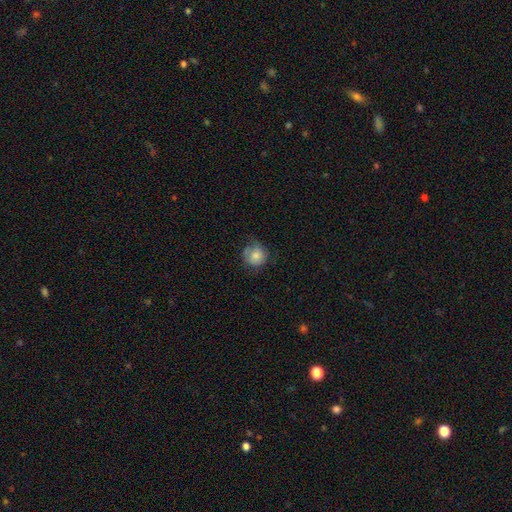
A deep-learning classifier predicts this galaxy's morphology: Smooth or featured? smooth (77%)
How rounded? round (86%)
Merging? none (62%)